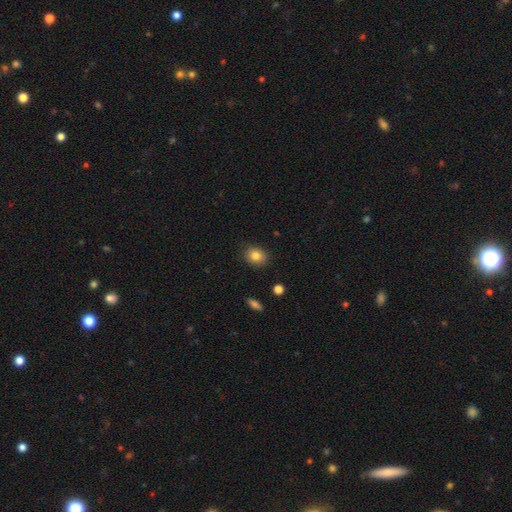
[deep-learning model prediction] Q: Smooth or featured?
A: smooth (82%); runner-up: star or artifact (10%)
Q: How rounded?
A: round (52%); runner-up: in between (47%)
Q: Merging?
A: none (87%); runner-up: minor disturbance (10%)